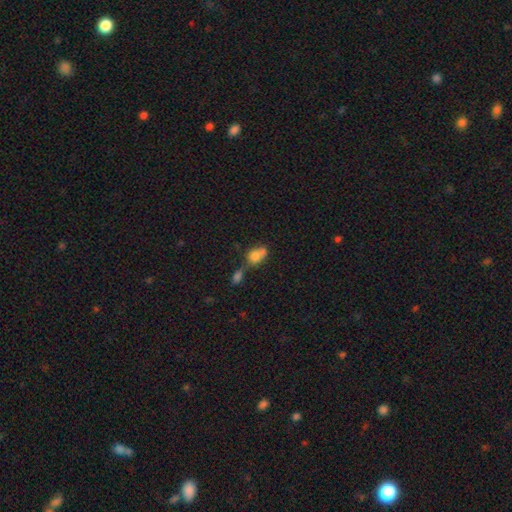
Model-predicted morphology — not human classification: This is likely a smooth galaxy (74%). How rounded: possibly in between (59%). Merging: possibly merger (52%).